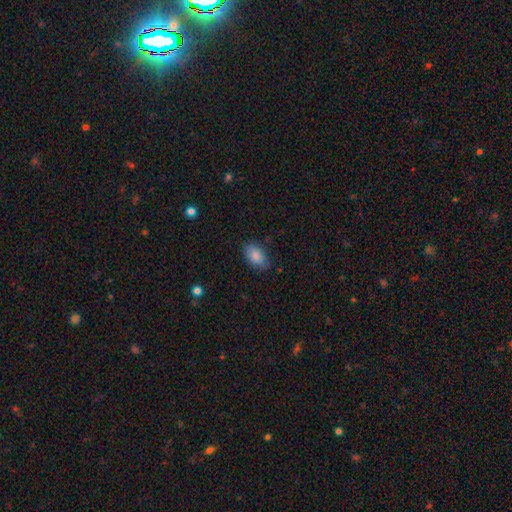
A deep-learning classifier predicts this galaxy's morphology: A smooth galaxy with no disk features (86%) that is in between round and cigar-shaped (92%).

Vote fractions:
- Smooth or featured? smooth: 86% / star or artifact: 7% / featured or disk: 7%
- How rounded? in between: 92% / round: 5% / cigar-shaped: 2%
- Merging? none: 77% / minor disturbance: 18% / major disturbance: 4% / merger: 1%